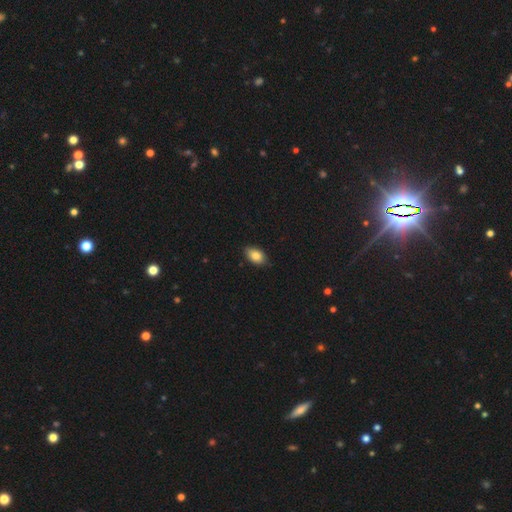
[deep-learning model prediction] A smooth galaxy with no disk features (83%) that is in between round and cigar-shaped (89%).

Vote fractions:
- Smooth or featured? smooth: 83% / featured or disk: 9% / star or artifact: 8%
- How rounded? in between: 89% / round: 10% / cigar-shaped: 2%
- Merging? none: 83% / minor disturbance: 15% / major disturbance: 2% / merger: 1%